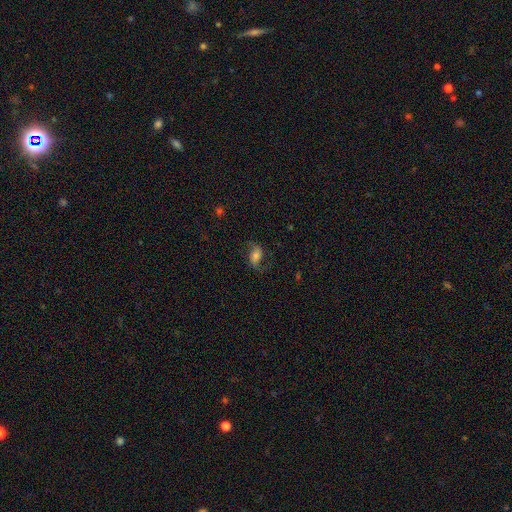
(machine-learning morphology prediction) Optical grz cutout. It shows a featured or disk galaxy (57%) with no bar (44%), spiral arms (91%) and a moderate central bulge (43%). Merging: none (69%).